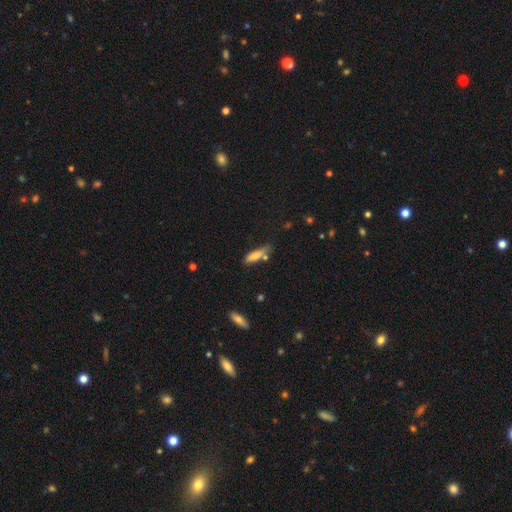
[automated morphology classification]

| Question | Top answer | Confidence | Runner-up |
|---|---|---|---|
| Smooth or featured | smooth | 78% | featured or disk (14%) |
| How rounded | cigar-shaped | 60% | in between (38%) |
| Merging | none | 51% | minor disturbance (29%) |